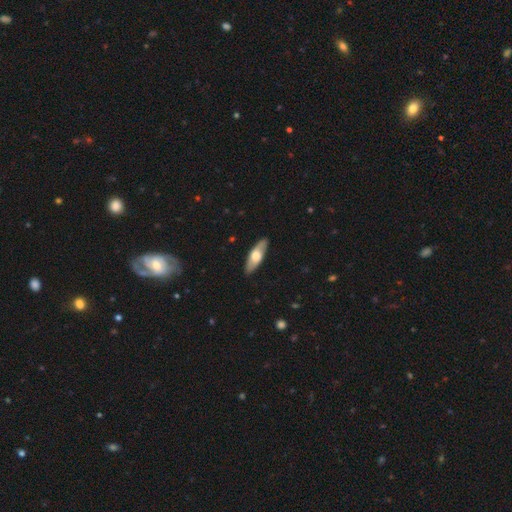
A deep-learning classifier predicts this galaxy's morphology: This appears to be a smooth galaxy with no disk features (53%) that is in between round and cigar-shaped (60%). Merging: none (87%).